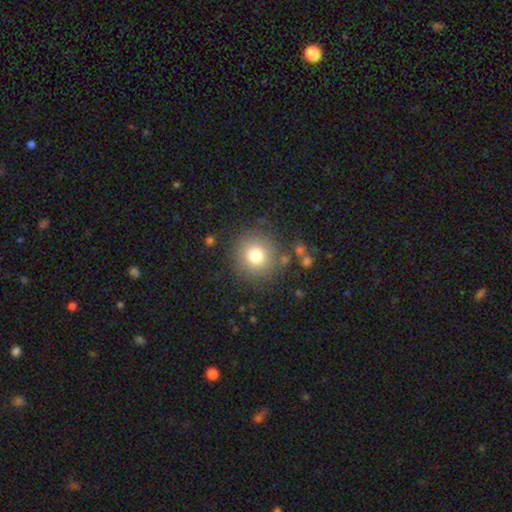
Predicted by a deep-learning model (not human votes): A smooth galaxy with no disk features (77%) that is round (94%).

Vote fractions:
- Smooth or featured? smooth: 77% / star or artifact: 13% / featured or disk: 10%
- How rounded? round: 94% / in between: 5% / cigar-shaped: 1%
- Merging? none: 85% / minor disturbance: 9% / major disturbance: 4% / merger: 3%